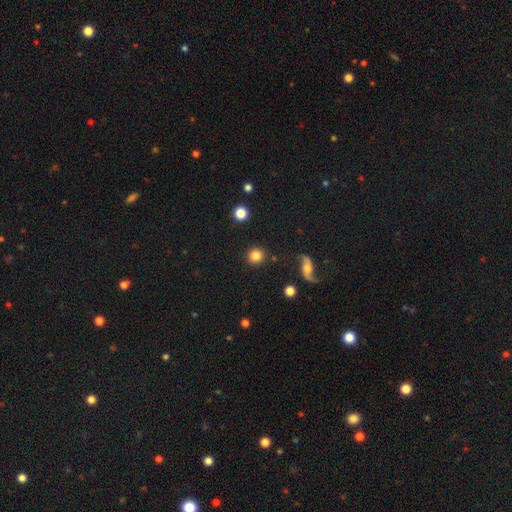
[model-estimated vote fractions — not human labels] Smooth or featured: smooth — 82% (star or artifact — 9%)
How rounded: round — 93% (in between — 6%)
Merging: none — 89% (minor disturbance — 6%)